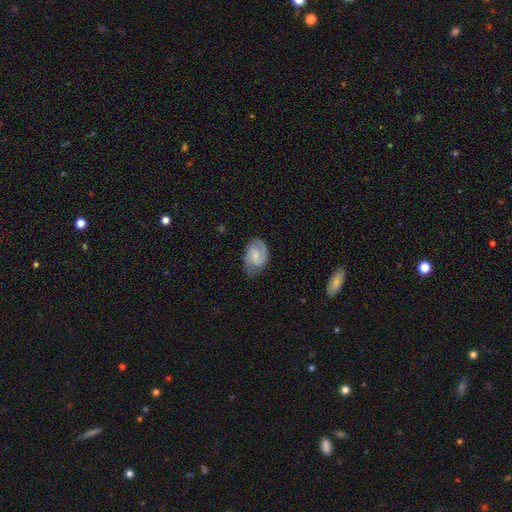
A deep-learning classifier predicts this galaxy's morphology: This is likely a featured or disk galaxy (74%). It is clearly not viewed edge-on (98%). Bar: possibly no (48%). Spiral arm pattern: clearly yes (95%). Spiral arm count: clearly 2 (85%). Spiral winding: possibly medium (48%). Central bulge: possibly small (54%). Merging: likely none (71%).